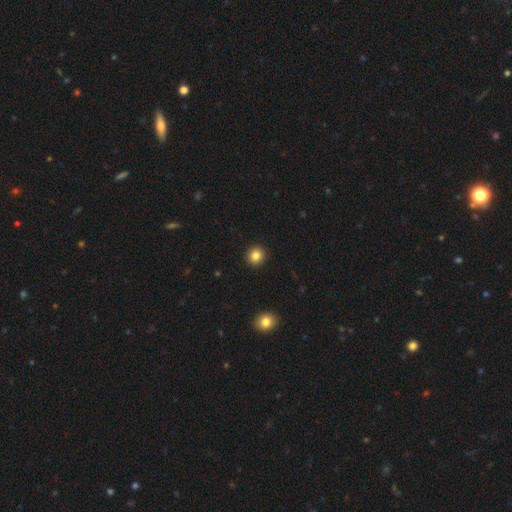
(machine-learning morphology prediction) A smooth galaxy with no disk features (84%) that is round (91%). Merging: none (93%).